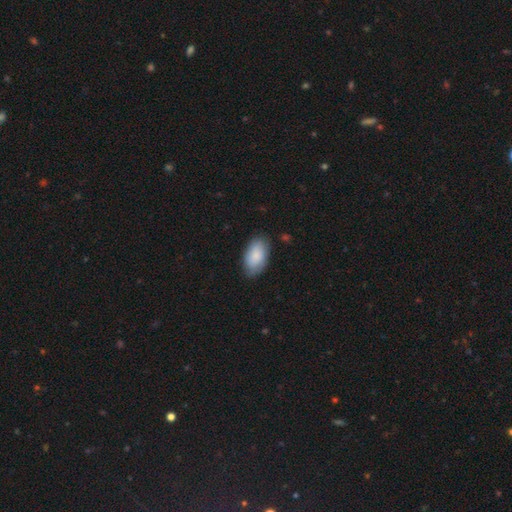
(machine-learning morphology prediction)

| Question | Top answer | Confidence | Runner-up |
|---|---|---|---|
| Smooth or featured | smooth | 84% | featured or disk (10%) |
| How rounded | in between | 94% | round (4%) |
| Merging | none | 78% | minor disturbance (17%) |